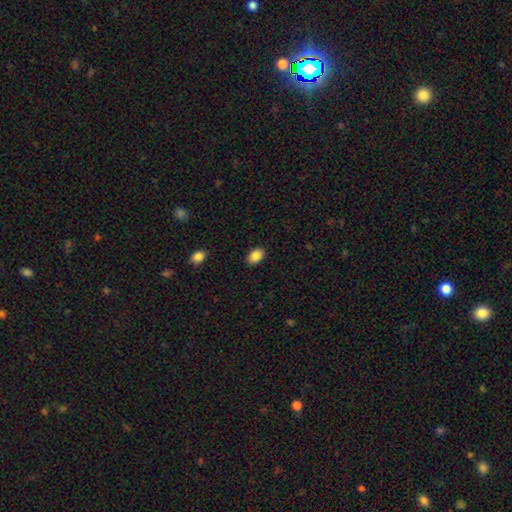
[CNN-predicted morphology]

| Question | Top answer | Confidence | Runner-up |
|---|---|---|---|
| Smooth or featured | smooth | 88% | star or artifact (8%) |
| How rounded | in between | 82% | round (17%) |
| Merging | none | 88% | minor disturbance (8%) |